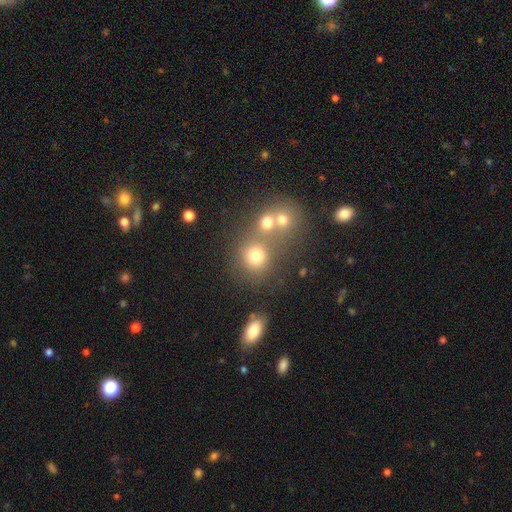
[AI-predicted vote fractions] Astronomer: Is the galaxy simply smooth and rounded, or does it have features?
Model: smooth — 73%.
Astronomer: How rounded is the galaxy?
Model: round — 84%.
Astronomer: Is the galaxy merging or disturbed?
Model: none — 54% (runner-up: merger, 32%).